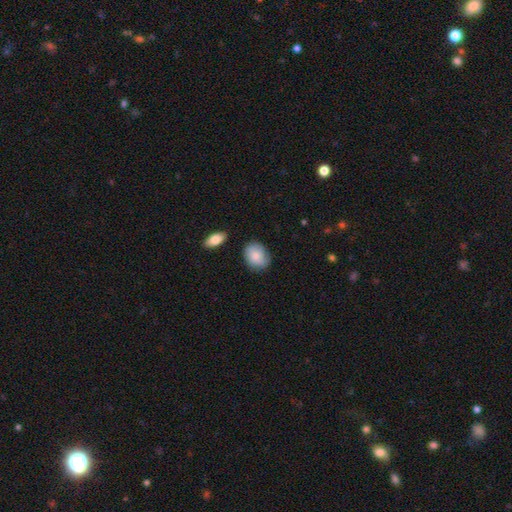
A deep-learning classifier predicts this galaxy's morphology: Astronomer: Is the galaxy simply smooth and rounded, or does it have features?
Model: smooth — 77%.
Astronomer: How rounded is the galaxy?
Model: in between — 61% (runner-up: round, 38%).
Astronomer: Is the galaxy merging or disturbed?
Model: none — 74%.